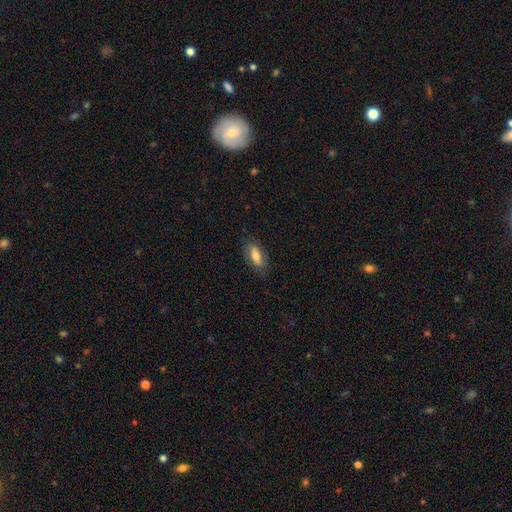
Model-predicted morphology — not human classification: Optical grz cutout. It shows a smooth galaxy with no disk features (66%) that is in between round and cigar-shaped (82%). Merging: none (79%).